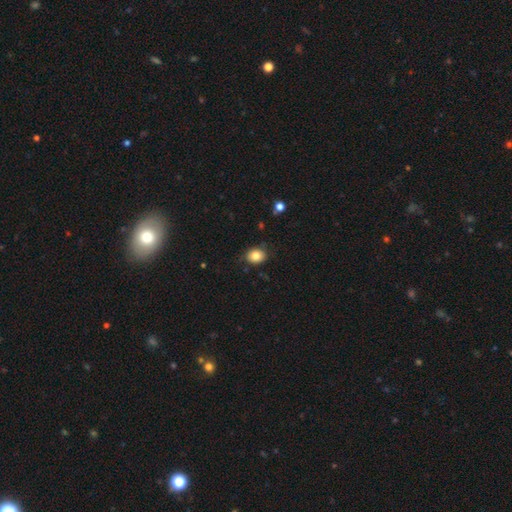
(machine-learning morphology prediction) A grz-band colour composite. It shows a smooth galaxy with no disk features (82%) that is round (51%). Merging: none (80%).